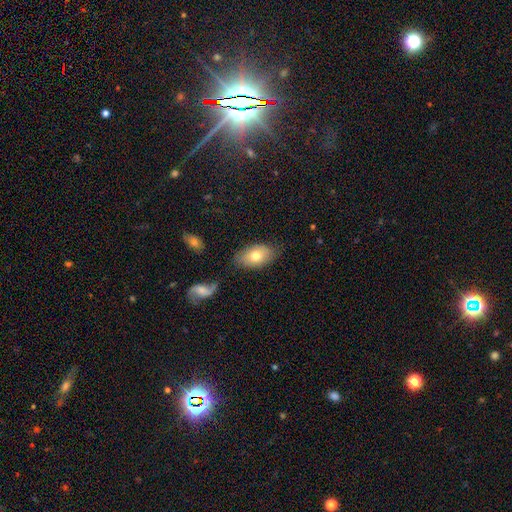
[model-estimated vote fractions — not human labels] Morphology: type=smooth (73%); roundness=in between (91%); merging=none (78%).